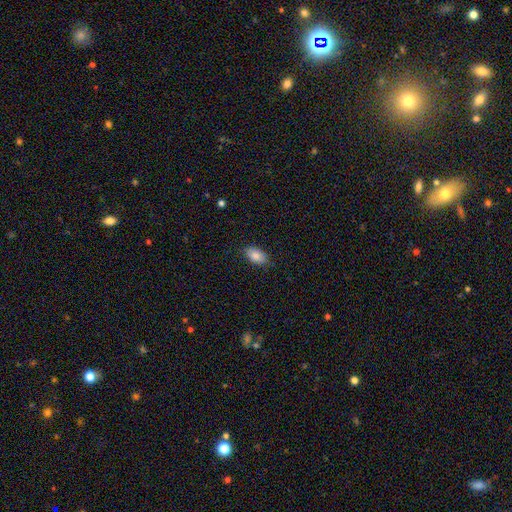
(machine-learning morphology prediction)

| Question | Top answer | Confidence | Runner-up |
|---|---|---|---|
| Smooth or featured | smooth | 84% | featured or disk (8%) |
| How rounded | in between | 90% | round (8%) |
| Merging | none | 82% | minor disturbance (15%) |